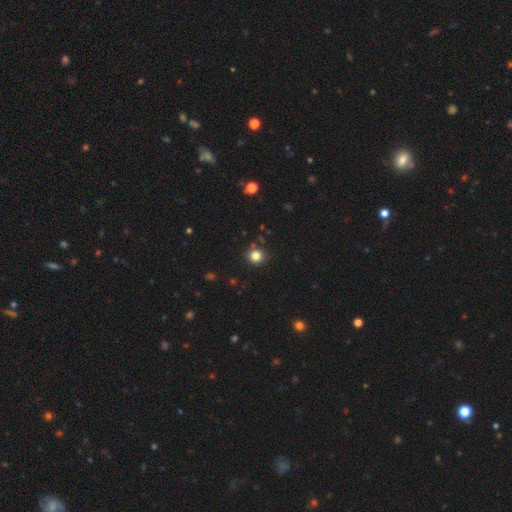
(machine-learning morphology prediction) Smooth or featured? smooth (81%)
How rounded? round (89%)
Merging? none (86%)